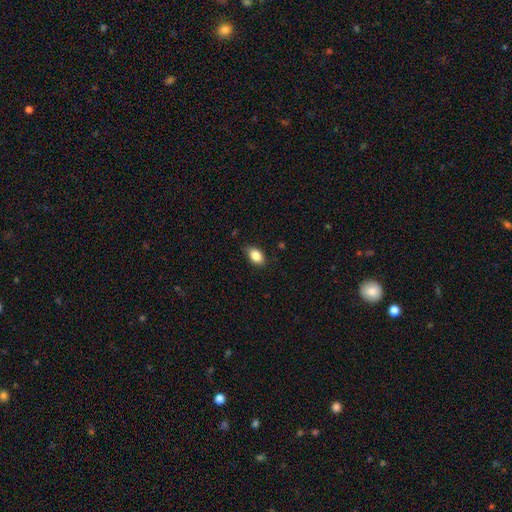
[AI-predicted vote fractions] A smooth galaxy with no disk features (85%) that is in between round and cigar-shaped (84%).

Vote fractions:
- Smooth or featured? smooth: 85% / star or artifact: 8% / featured or disk: 7%
- How rounded? in between: 84% / round: 14% / cigar-shaped: 2%
- Merging? none: 78% / minor disturbance: 18% / major disturbance: 3% / merger: 1%